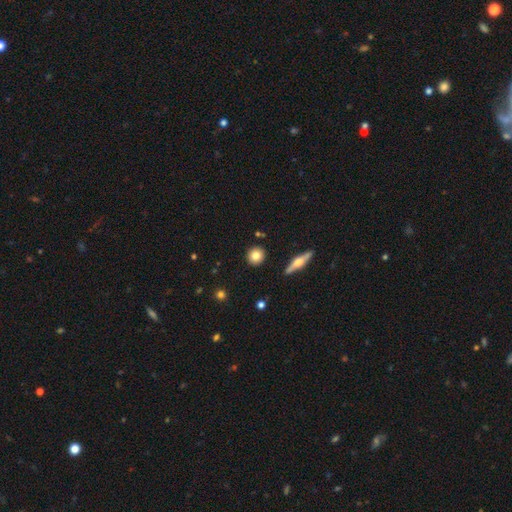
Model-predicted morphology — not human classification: Smooth or featured? Predicted: smooth (p=0.79). How rounded? Predicted: round (p=0.91). Merging? Predicted: none (p=0.90).